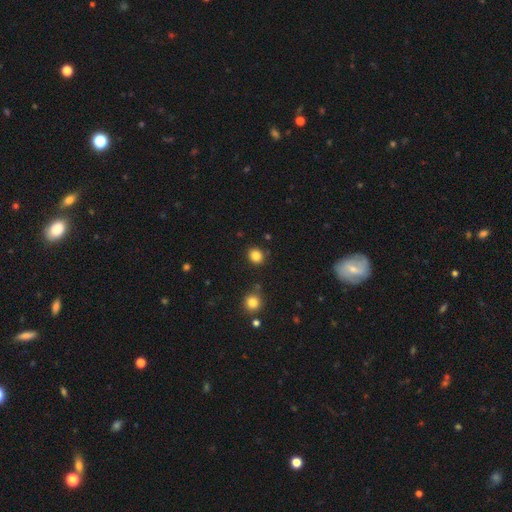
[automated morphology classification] This appears to be a smooth galaxy with no disk features (84%) that is round (76%). Merging: none (85%).